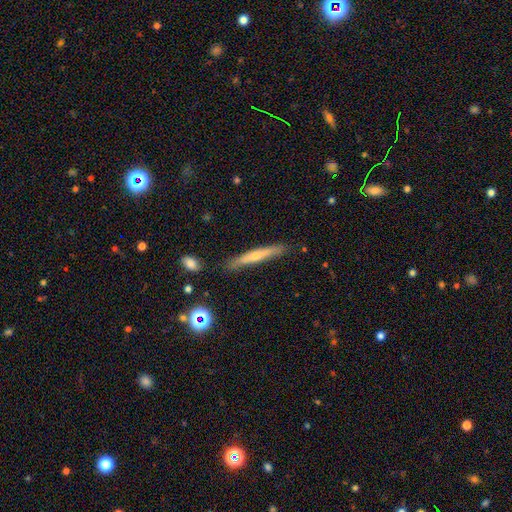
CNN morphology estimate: Smooth or featured? Predicted: featured or disk (p=0.51). Edge-on disk? Predicted: yes (p=0.93). Merging? Predicted: none (p=0.85).